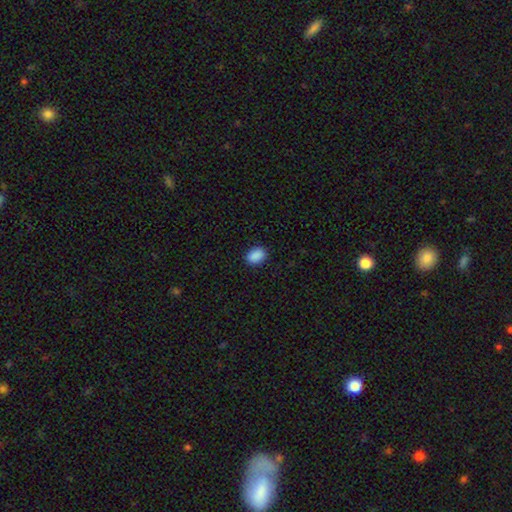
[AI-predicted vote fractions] A smooth galaxy with no disk features (89%) that is in between round and cigar-shaped (79%). Merging: none (88%).